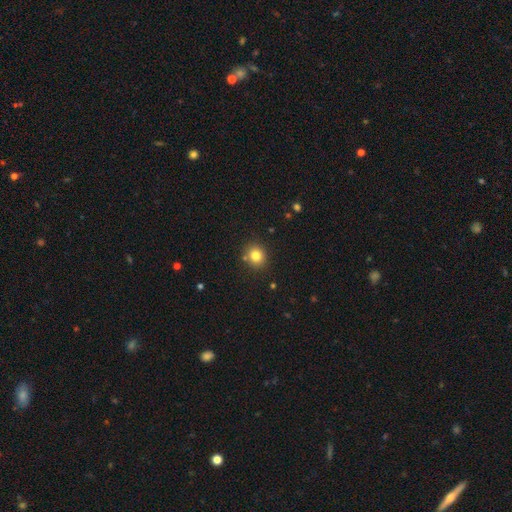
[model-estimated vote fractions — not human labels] A smooth galaxy with no disk features (81%) that is round (80%). Merging: none (83%).